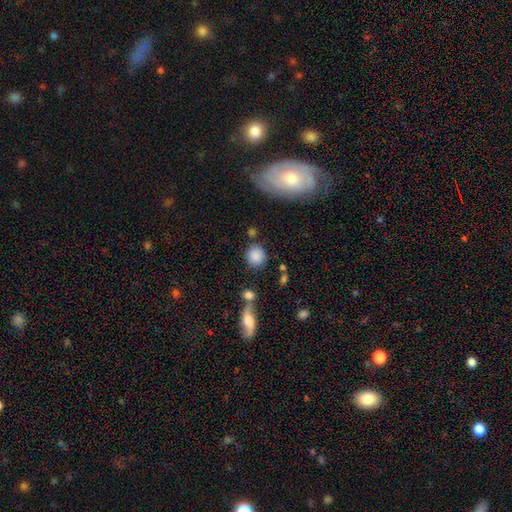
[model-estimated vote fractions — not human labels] Smooth or featured: smooth — 84% (star or artifact — 9%)
How rounded: round — 84% (in between — 14%)
Merging: none — 74% (minor disturbance — 12%)